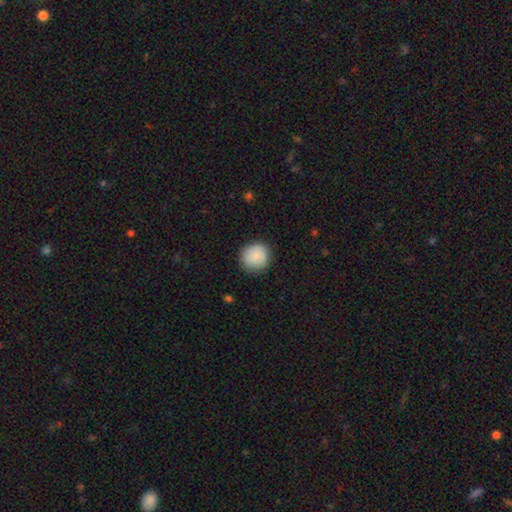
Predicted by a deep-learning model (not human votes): smooth 87%, star or artifact 7%, featured or disk 6%. Down the decision tree: how rounded — round (92%); merging — none (87%).